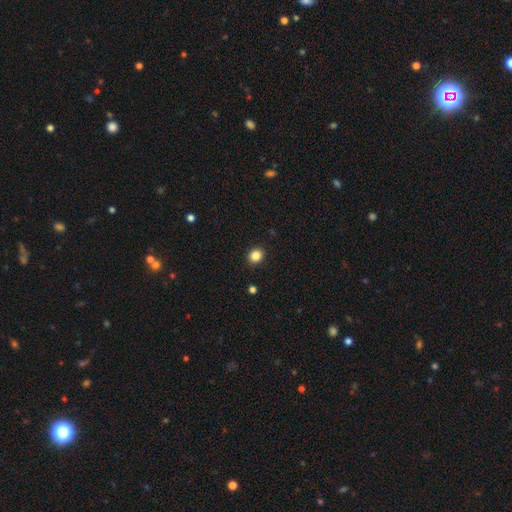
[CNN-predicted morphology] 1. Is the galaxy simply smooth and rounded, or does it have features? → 85% smooth, 11% star or artifact, 5% featured or disk.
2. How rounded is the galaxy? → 77% round, 22% in between, 1% cigar-shaped.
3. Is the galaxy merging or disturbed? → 91% none, 6% minor disturbance, 2% major disturbance, 1% merger.